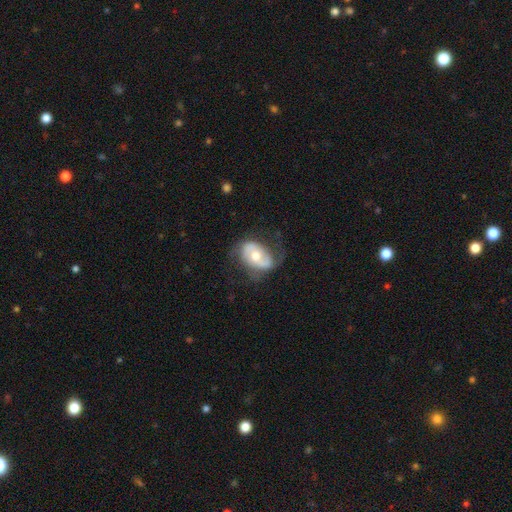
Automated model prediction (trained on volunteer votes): smooth_or_featured: featured or disk (p=0.62) [alt: smooth p=0.32]
disk_edge_on: no (p=0.95) [alt: yes p=0.05]
bar: no (p=0.54) [alt: weak p=0.31]
has_spiral_arms: yes (p=0.75) [alt: no p=0.25]
bulge_size: moderate (p=0.68) [alt: small p=0.23]
merging: none (p=0.58) [alt: minor disturbance p=0.25]